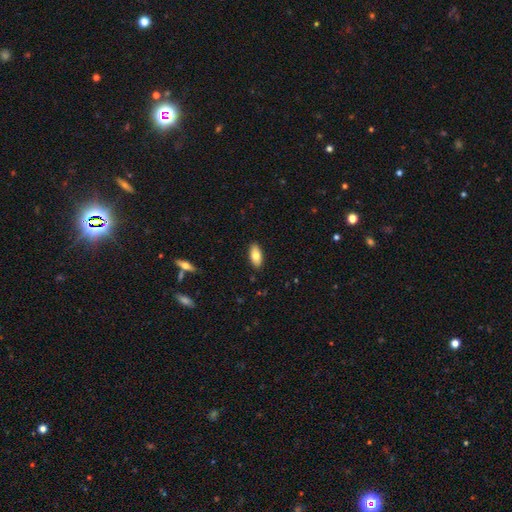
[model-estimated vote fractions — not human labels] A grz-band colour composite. It shows a smooth galaxy with no disk features (77%) that is in between round and cigar-shaped (87%). Merging: none (89%).